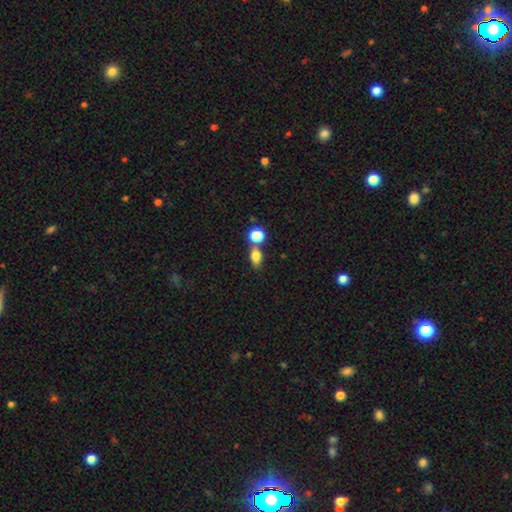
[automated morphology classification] Smooth or featured: smooth — 78% (star or artifact — 12%)
How rounded: in between — 71% (round — 25%)
Merging: none — 54% (merger — 32%)